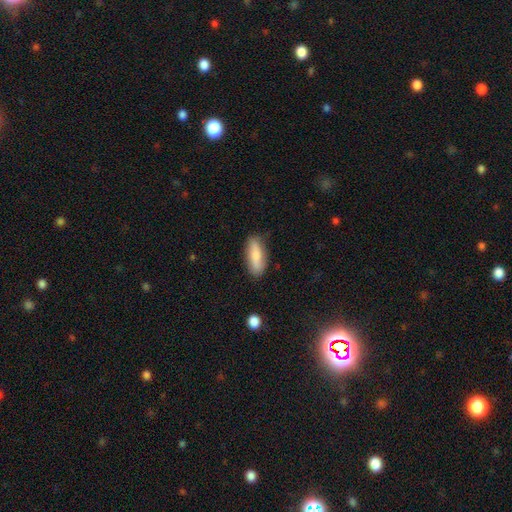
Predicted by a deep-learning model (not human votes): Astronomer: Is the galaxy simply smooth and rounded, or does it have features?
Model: smooth — 80%.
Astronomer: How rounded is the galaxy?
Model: in between — 67%.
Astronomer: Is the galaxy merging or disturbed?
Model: none — 80%.